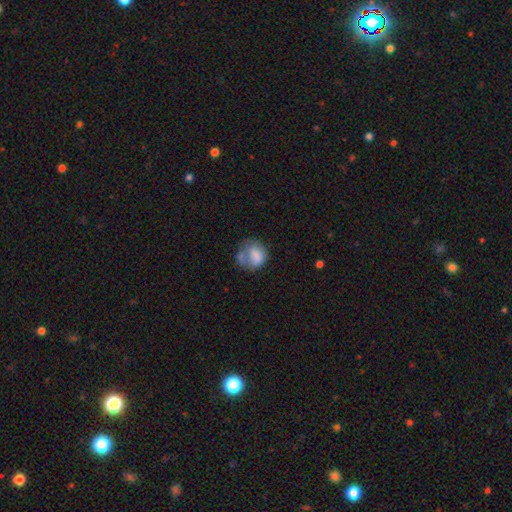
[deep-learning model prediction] Smooth or featured: smooth — 69% (featured or disk — 23%)
How rounded: round — 62% (in between — 37%)
Merging: none — 35% (minor disturbance — 23%)